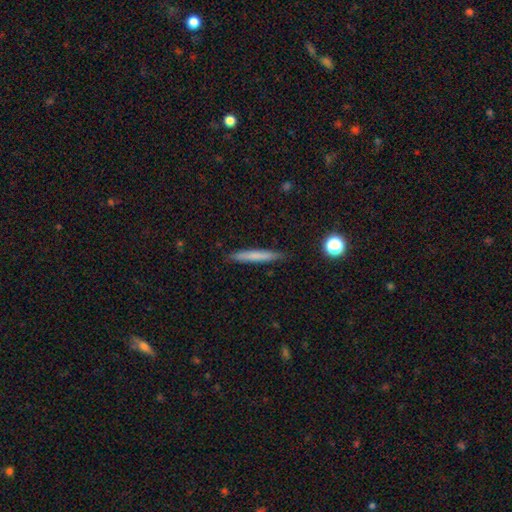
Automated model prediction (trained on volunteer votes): Overall: smooth (70%). How rounded: cigar-shaped (95%). Merging: none (88%).